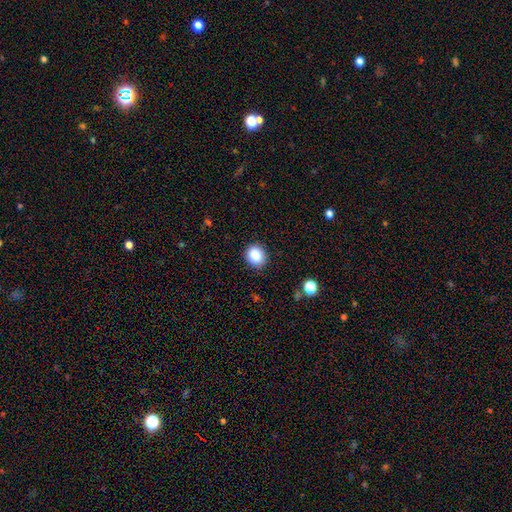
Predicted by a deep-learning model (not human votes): Smooth or featured: smooth — 85% (star or artifact — 10%)
How rounded: round — 67% (in between — 32%)
Merging: none — 88% (minor disturbance — 9%)